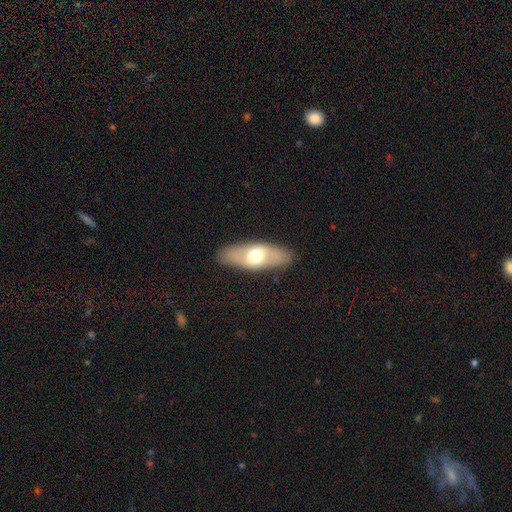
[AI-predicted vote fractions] Q: Smooth or featured?
A: smooth (53%); runner-up: featured or disk (41%)
Q: How rounded?
A: in between (75%); runner-up: cigar-shaped (21%)
Q: Merging?
A: none (87%); runner-up: minor disturbance (10%)